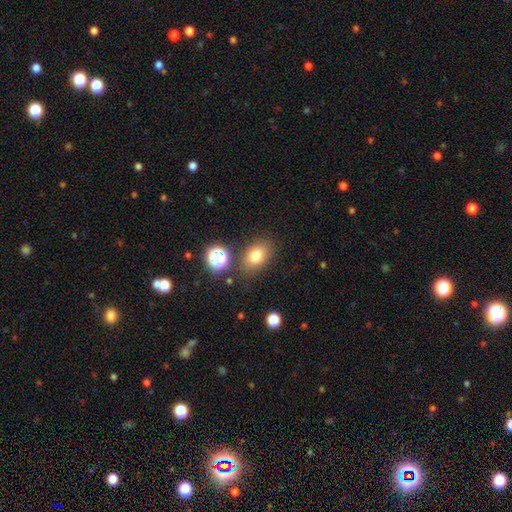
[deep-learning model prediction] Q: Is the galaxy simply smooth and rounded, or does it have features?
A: smooth — 77%.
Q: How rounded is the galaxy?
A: in between — 71%.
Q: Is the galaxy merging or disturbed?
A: none — 79%.